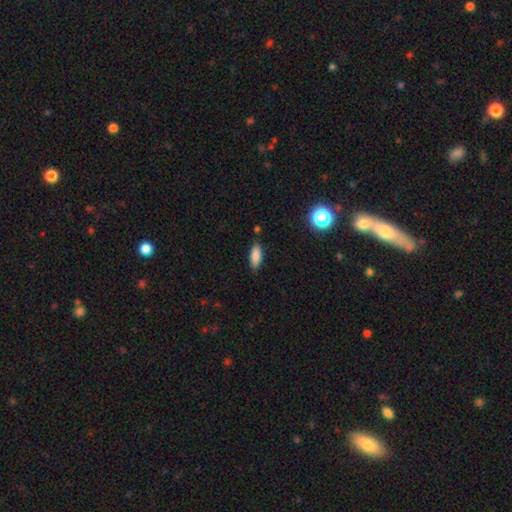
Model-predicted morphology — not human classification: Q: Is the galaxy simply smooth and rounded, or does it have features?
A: smooth — 85%.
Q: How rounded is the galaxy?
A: in between — 74%.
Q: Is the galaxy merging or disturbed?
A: none — 82%.